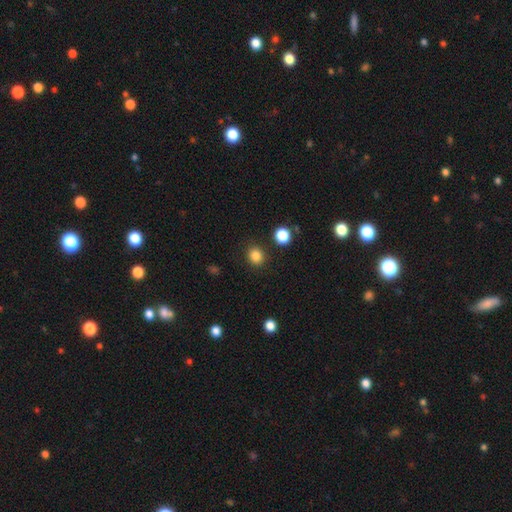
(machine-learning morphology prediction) Smooth or featured? Predicted: smooth (p=0.84). How rounded? Predicted: round (p=0.81). Merging? Predicted: none (p=0.88).